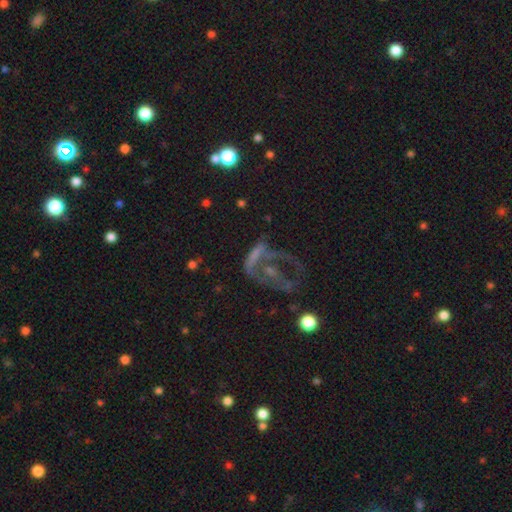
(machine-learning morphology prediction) This appears to be a featured or disk galaxy (51%). Merging: major disturbance (34%).